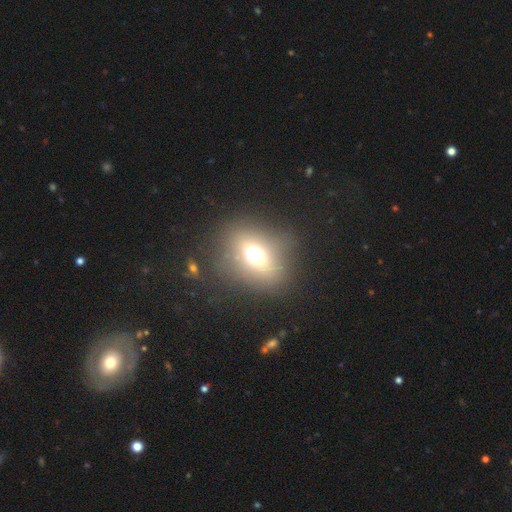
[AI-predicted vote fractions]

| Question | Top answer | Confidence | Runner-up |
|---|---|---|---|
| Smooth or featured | smooth | 59% | featured or disk (22%) |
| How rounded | round | 49% | in between (48%) |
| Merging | none | 61% | minor disturbance (15%) |